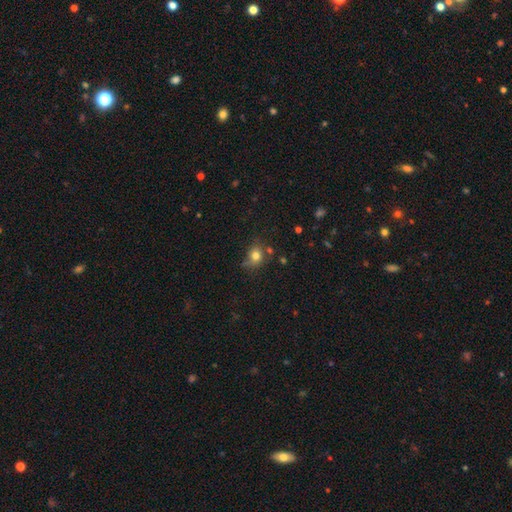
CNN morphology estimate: This appears to be a smooth galaxy with no disk features (78%) that is round (71%). Merging: none (63%).